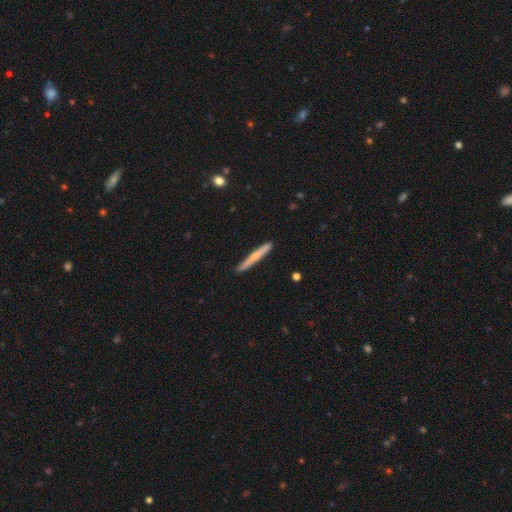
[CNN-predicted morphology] A smooth galaxy with no disk features (55%) that is cigar-shaped (96%).

Vote fractions:
- Smooth or featured? smooth: 55% / featured or disk: 39% / star or artifact: 6%
- How rounded? cigar-shaped: 96% / in between: 3% / round: 1%
- Merging? none: 90% / minor disturbance: 8% / major disturbance: 1% / merger: 1%